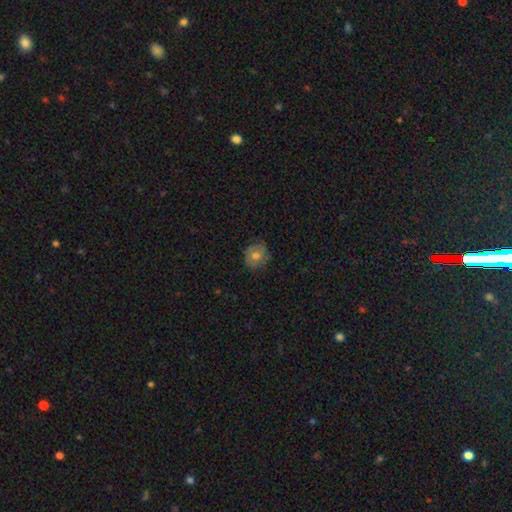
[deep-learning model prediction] A smooth galaxy with no disk features (57%) that is round (75%). Merging: none (76%).